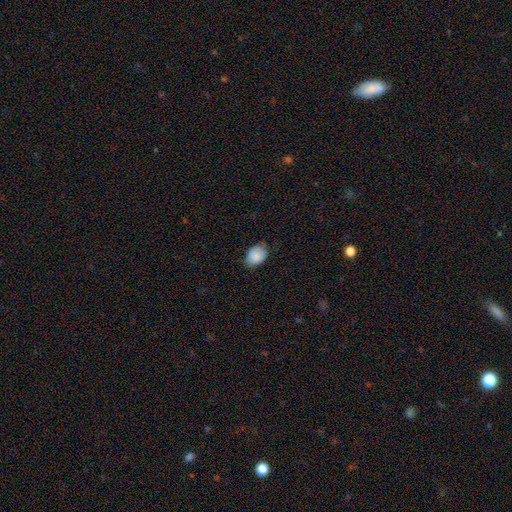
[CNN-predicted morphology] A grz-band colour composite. It shows a smooth galaxy with no disk features (87%) that is in between round and cigar-shaped (63%). Merging: none (68%).